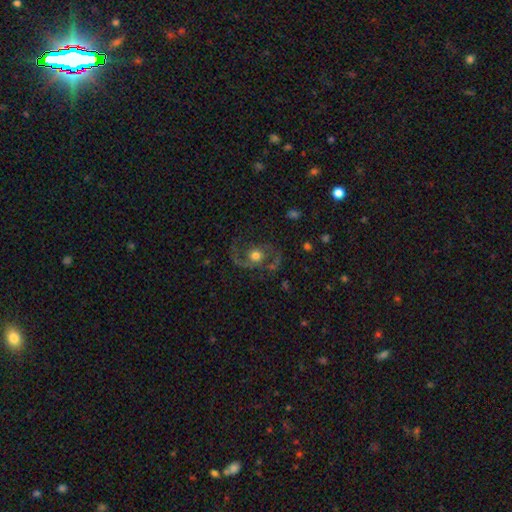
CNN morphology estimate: This appears to be a featured or disk galaxy (76%) with no bar (71%), 2 (88%) medium (53%) spiral arms (88%) and a moderate central bulge (67%). Merging: none (67%).